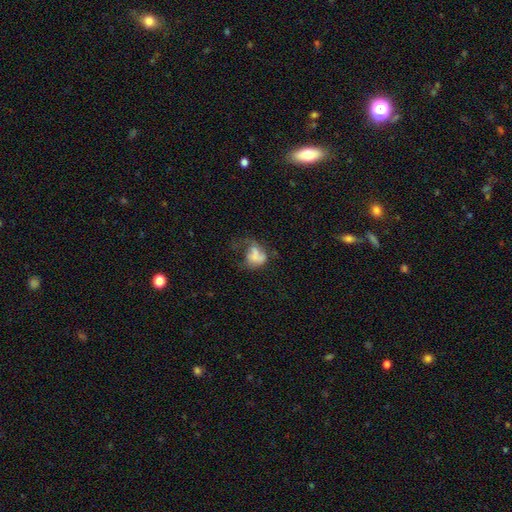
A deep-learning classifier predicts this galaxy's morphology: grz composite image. It shows a smooth galaxy with no disk features (53%) that is in between round and cigar-shaped (69%). Merging: major disturbance (49%).